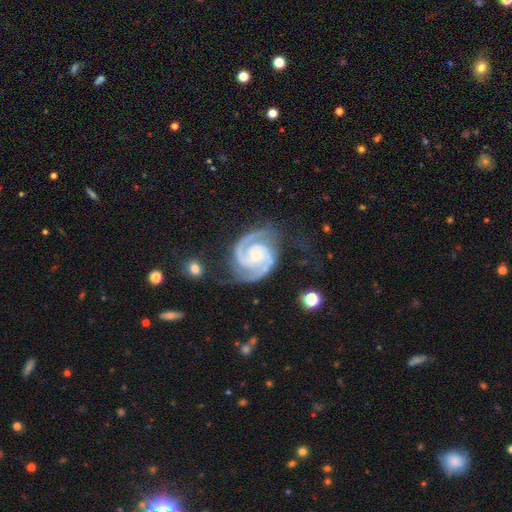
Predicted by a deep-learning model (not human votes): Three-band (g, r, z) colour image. It shows a featured or disk galaxy (94%) with no bar (62%), 2 (89%) tight (54%) spiral arms (99%) and a small central bulge (69%). Merging: none (70%).